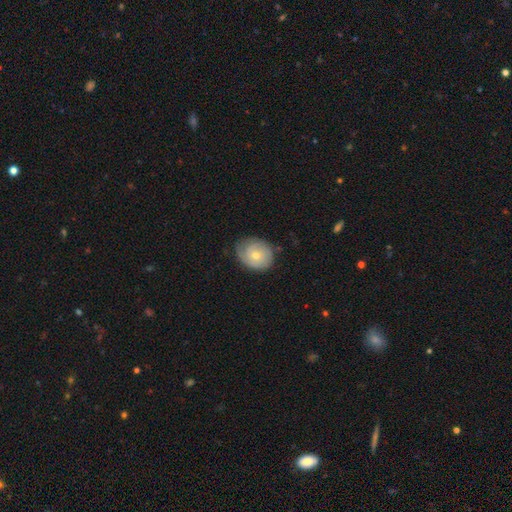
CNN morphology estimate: smooth-or-featured: featured or disk: 55% | smooth: 37% | star or artifact: 7%
  disk-edge-on: no: 96% | yes: 4%
    bar: no: 82% | weak: 15% | strong: 2%
    has-spiral-arms: yes: 80% | no: 20%
    bulge-size: moderate: 48% (tied) | small: 48% (tied) | large: 2% | none: 1% | dominant: 1%
  merging: none: 69% | minor disturbance: 23% | major disturbance: 6% | merger: 1%